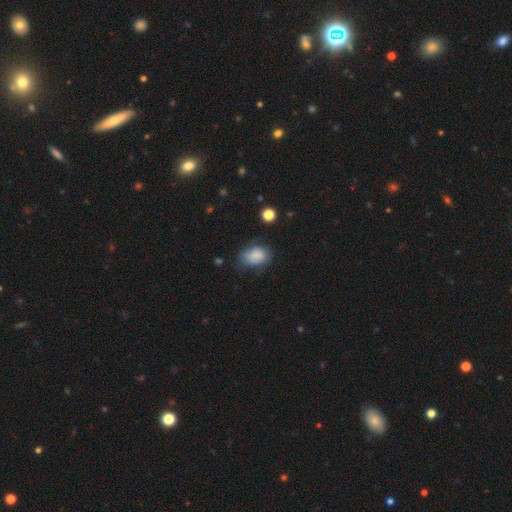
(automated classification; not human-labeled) A smooth galaxy with no disk features (78%) that is in between round and cigar-shaped (79%). Merging: none (51%).